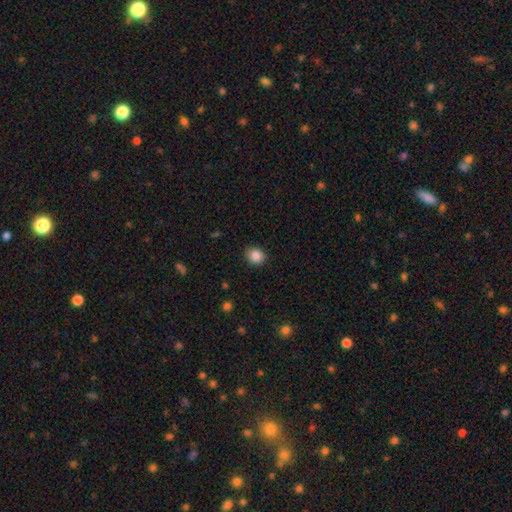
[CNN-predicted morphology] Overall: smooth (87%). How rounded: round (71%). Merging: none (89%).